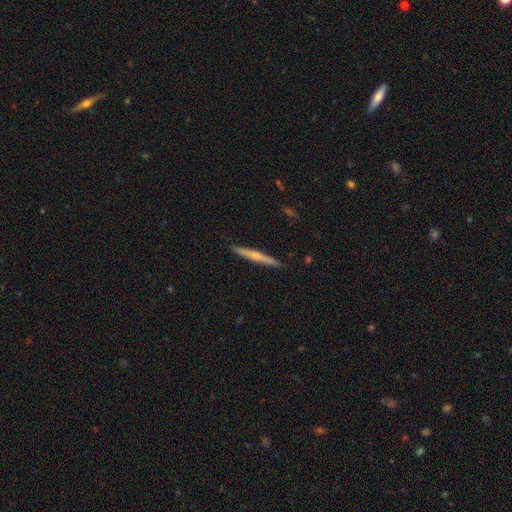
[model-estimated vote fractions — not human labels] smooth-or-featured: featured or disk: 49% | smooth: 45% | star or artifact: 6%
  merging: none: 91% | minor disturbance: 7% | major disturbance: 1% | merger: 1%